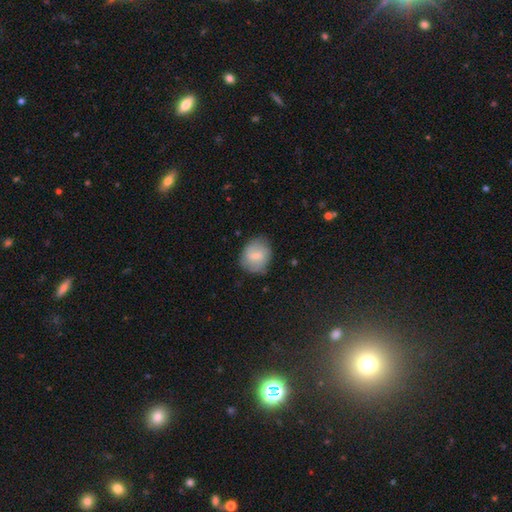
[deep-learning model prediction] smooth 58%, featured or disk 35%, star or artifact 7%. Down the decision tree: how rounded — round (69%); merging — none (79%).